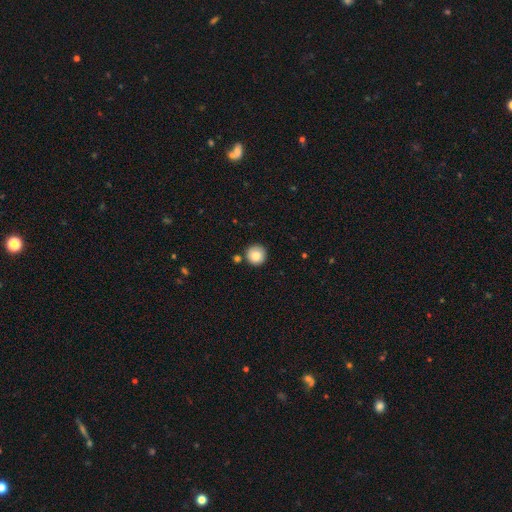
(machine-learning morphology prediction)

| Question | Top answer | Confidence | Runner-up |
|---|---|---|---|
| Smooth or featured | smooth | 85% | star or artifact (9%) |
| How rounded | round | 95% | in between (4%) |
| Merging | none | 84% | minor disturbance (8%) |